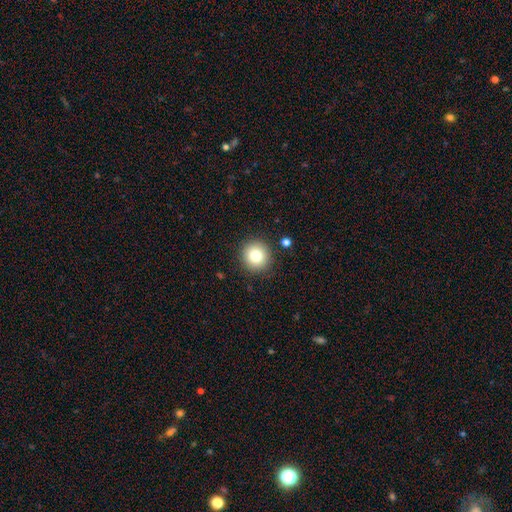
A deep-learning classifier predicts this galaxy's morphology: smooth-or-featured: smooth: 80% | star or artifact: 11% | featured or disk: 9%
  how-rounded: round: 93% | in between: 6% | cigar-shaped: 1%
  merging: none: 89% | minor disturbance: 7% | major disturbance: 2% | merger: 2%